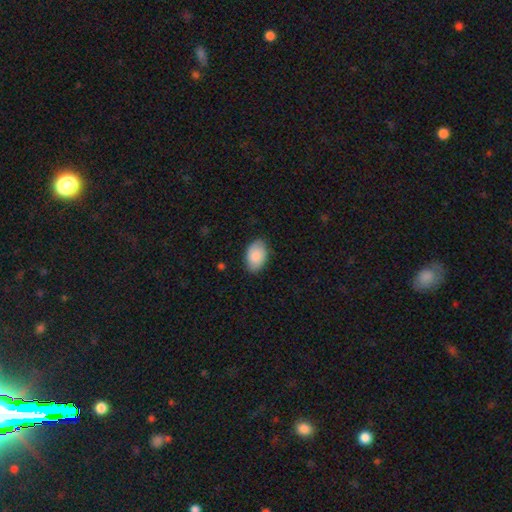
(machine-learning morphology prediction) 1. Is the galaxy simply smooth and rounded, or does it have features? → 88% smooth, 6% featured or disk, 6% star or artifact.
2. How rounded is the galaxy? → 91% in between, 8% round, 1% cigar-shaped.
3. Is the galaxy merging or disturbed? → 83% none, 14% minor disturbance, 3% major disturbance, 1% merger.